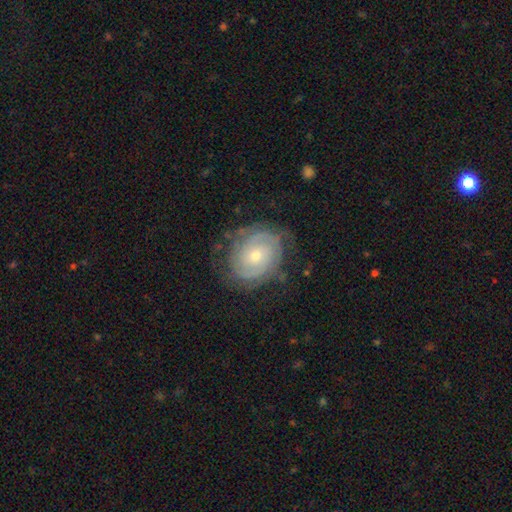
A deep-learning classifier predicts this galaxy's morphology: This is clearly a featured or disk galaxy (81%). It is clearly not viewed edge-on (97%). Bar: likely no (76%). Spiral arm pattern: clearly yes (92%). Spiral arm count: marginally 2 (42%). Spiral winding: likely tight (73%). Central bulge: possibly small (50%). Merging: likely none (73%).